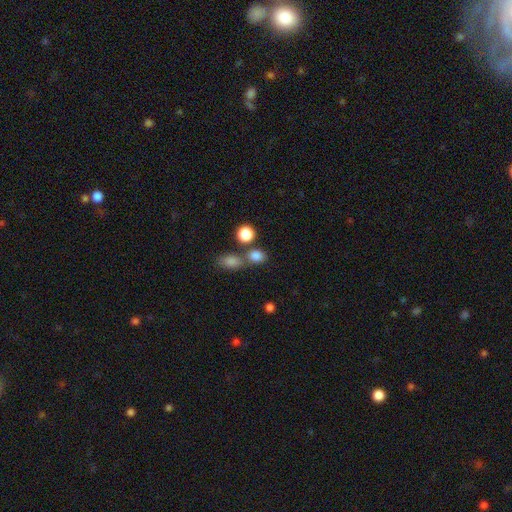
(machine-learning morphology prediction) The model was most divided on "how rounded": in between: 57%, round: 40%, cigar-shaped: 2%. More confident: smooth or featured — smooth (83%); merging — none (55%).